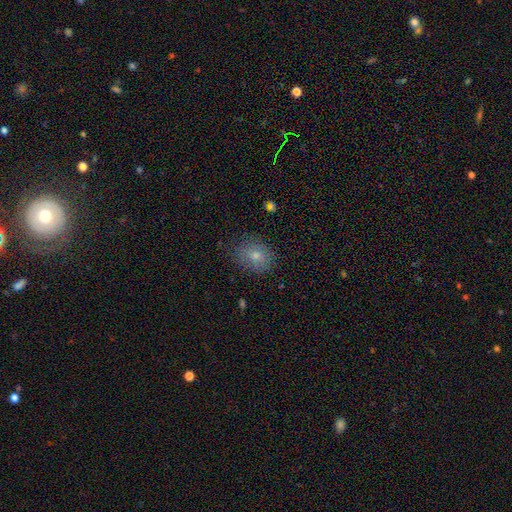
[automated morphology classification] Overall: smooth (74%). How rounded: in between (55%; round 44%). Merging: none (78%).